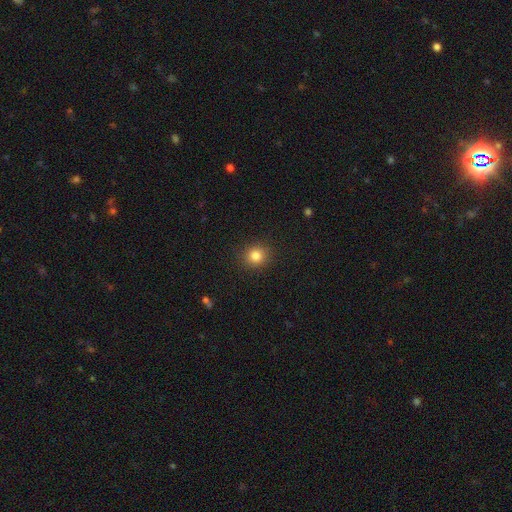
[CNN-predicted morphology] Overall: smooth (83%). How rounded: round (86%). Merging: none (90%).